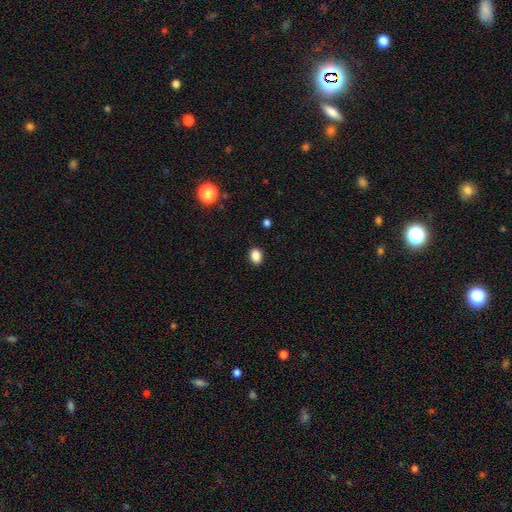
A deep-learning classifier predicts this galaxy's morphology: Smooth or featured? Predicted: smooth (p=0.87). How rounded? Predicted: in between (p=0.62). Merging? Predicted: none (p=0.90).